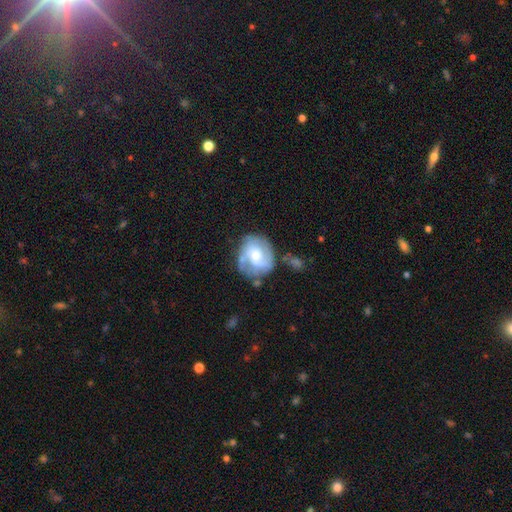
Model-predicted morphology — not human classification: A featured or disk galaxy (70%) with no bar (54%), 2 (61%) medium (44%) spiral arms (88%) and a moderate central bulge (55%). Merging: none (61%).